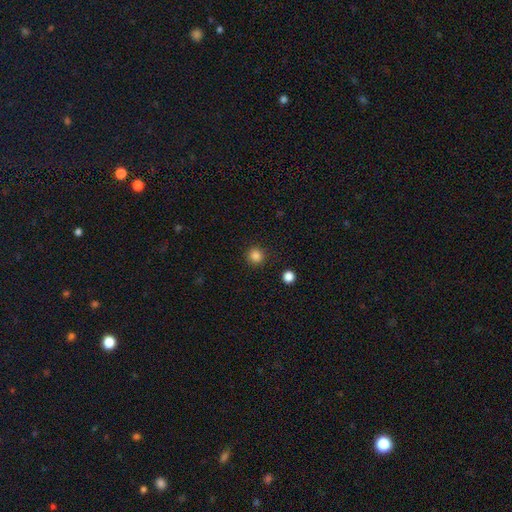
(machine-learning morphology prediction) Smooth or featured? smooth (85%)
How rounded? round (94%)
Merging? none (90%)